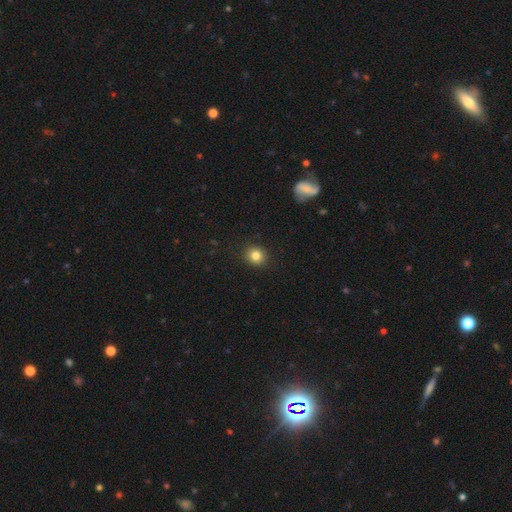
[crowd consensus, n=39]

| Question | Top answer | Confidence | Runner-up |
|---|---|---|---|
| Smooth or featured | smooth | 90% | star or artifact (8%) |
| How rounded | round | 94% | in between (6%) |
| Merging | none | 89% | minor disturbance (6%) |